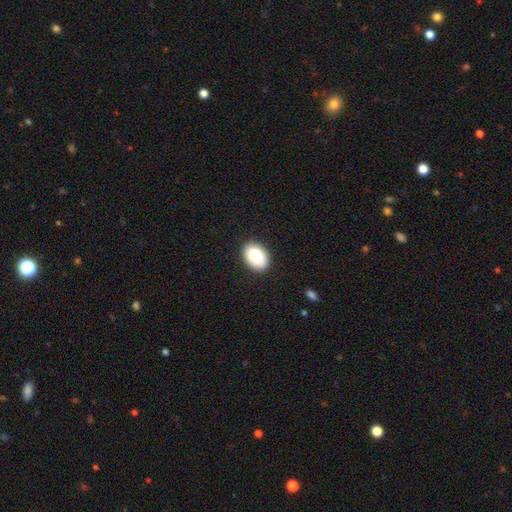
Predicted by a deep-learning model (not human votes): Smooth or featured?
  - smooth: 86% *
  - featured or disk: 7%
  - star or artifact: 7%
How rounded?
  - in between: 85% *
  - round: 14%
  - cigar-shaped: 1%
Merging?
  - none: 89% *
  - minor disturbance: 8%
  - major disturbance: 2%
  - merger: 1%